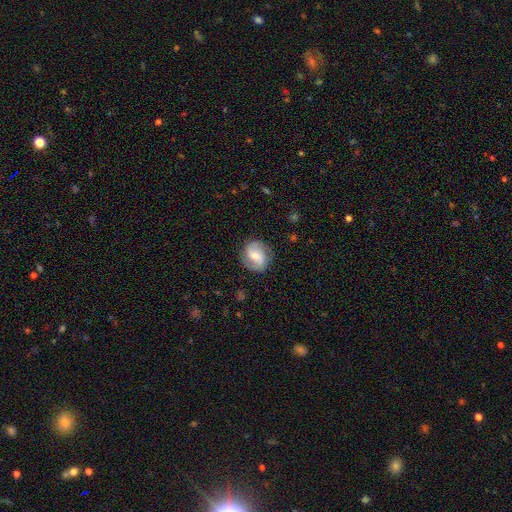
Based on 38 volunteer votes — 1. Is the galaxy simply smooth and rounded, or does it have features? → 76% featured or disk, 21% smooth, 3% star or artifact.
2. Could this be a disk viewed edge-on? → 100% no, 0% yes.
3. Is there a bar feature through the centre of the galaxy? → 45% no, 41% weak, 14% strong.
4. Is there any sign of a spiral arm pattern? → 90% yes, 10% no.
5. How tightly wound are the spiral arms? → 46% medium, 35% loose, 19% tight.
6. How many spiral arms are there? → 85% 2, 12% can't tell, 4% 1, 0% 3, 0% 4, 0% more than 4.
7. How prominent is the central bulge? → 48% moderate, 28% small, 14% none, 7% large, 3% dominant.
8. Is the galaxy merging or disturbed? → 97% none, 3% minor disturbance, 0% major disturbance, 0% merger.